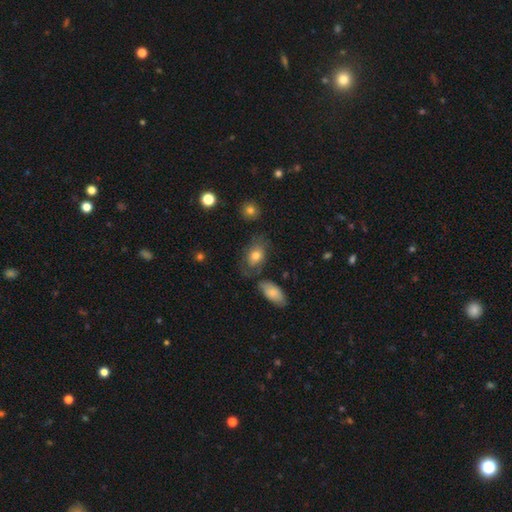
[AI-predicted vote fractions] Smooth or featured?
  - smooth: 72% *
  - featured or disk: 19%
  - star or artifact: 8%
How rounded?
  - in between: 82% *
  - round: 16%
  - cigar-shaped: 2%
Merging?
  - none: 59% *
  - minor disturbance: 23%
  - major disturbance: 11%
  - merger: 7%